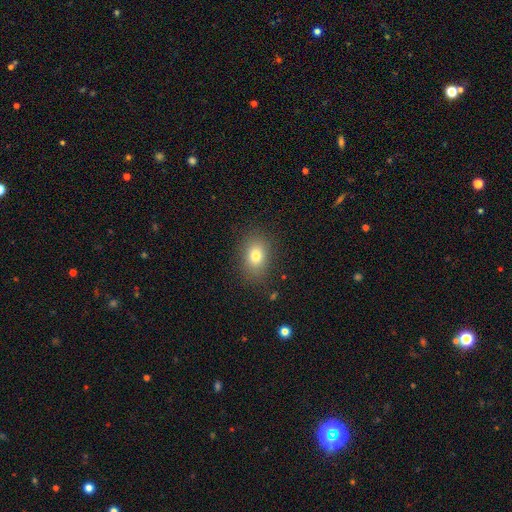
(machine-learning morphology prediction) Overall: smooth (78%). How rounded: in between (70%). Merging: none (85%).